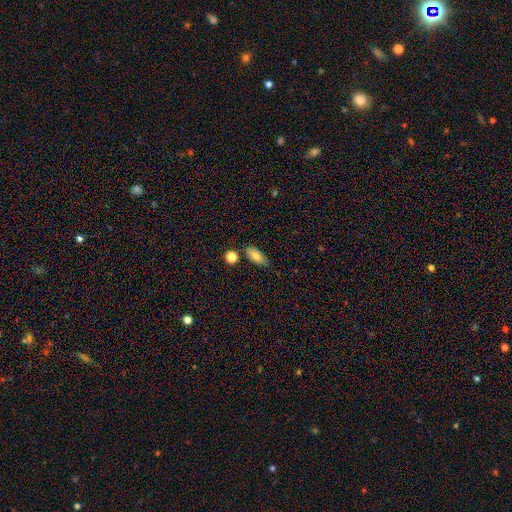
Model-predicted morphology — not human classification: Smooth or featured?
  - smooth: 80% *
  - featured or disk: 11%
  - star or artifact: 9%
How rounded?
  - in between: 85% *
  - cigar-shaped: 11%
  - round: 4%
Merging?
  - none: 74% *
  - minor disturbance: 17%
  - merger: 6%
  - major disturbance: 3%